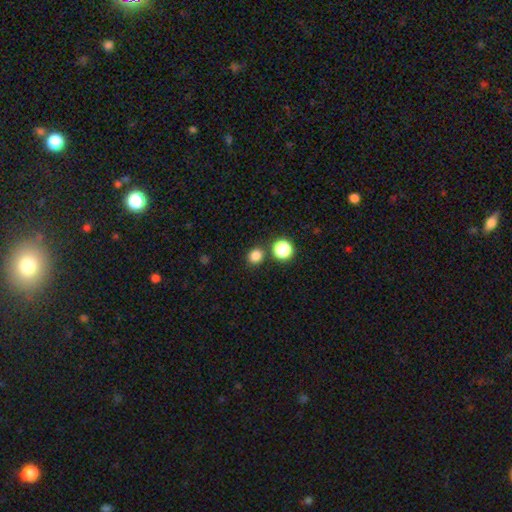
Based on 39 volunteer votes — This appears to be a smooth galaxy with no disk features (90%) that is round (91%). Merging: none (83%).